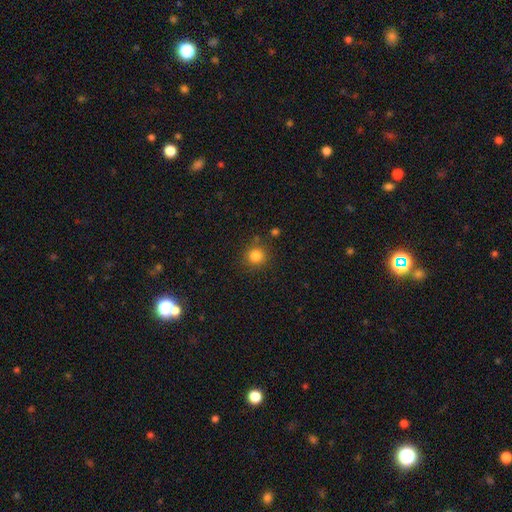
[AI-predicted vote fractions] The model was most divided on "smooth or featured": smooth: 83%, star or artifact: 13%, featured or disk: 5%. More confident: how rounded — round (92%); merging — none (85%).